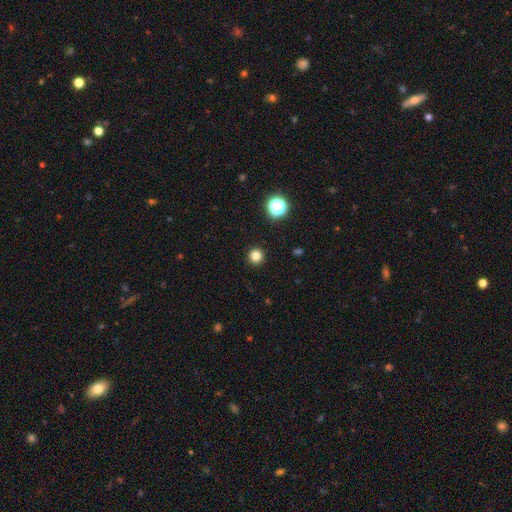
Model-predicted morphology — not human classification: Smooth or featured? Predicted: smooth (p=0.81). How rounded? Predicted: round (p=0.96). Merging? Predicted: none (p=0.93).